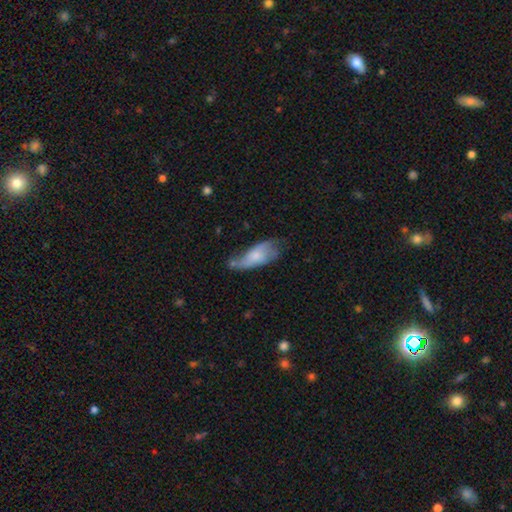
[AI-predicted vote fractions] The model was most divided on "merging": none: 36%, minor disturbance: 35%, major disturbance: 22%, merger: 7%. More confident: how rounded — in between (77%); smooth or featured — smooth (55%).